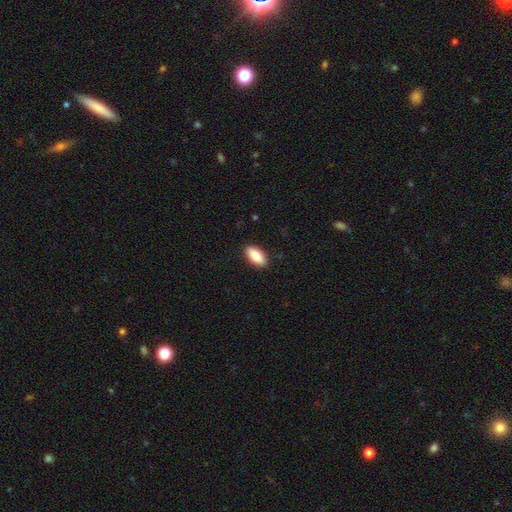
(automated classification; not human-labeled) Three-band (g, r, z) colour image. It shows a smooth galaxy with no disk features (83%) that is in between round and cigar-shaped (90%). Merging: none (90%).